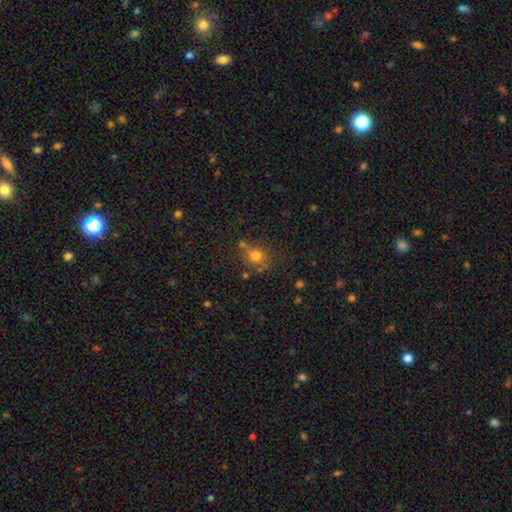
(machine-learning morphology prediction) The model was most divided on "merging": none: 65%, minor disturbance: 16%, merger: 14%, major disturbance: 6%. More confident: how rounded — round (78%); smooth or featured — smooth (73%).